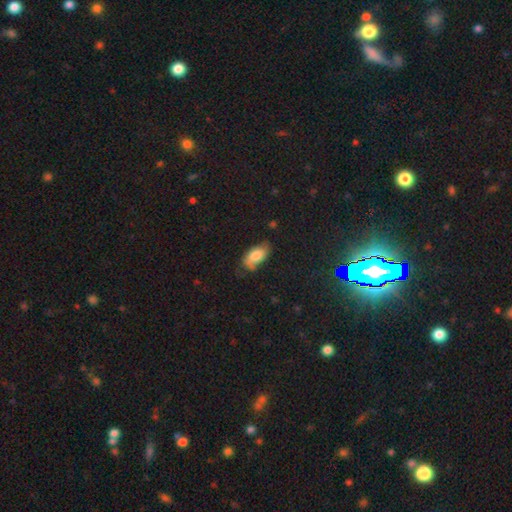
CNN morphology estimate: The model was most divided on "merging": none: 58%, minor disturbance: 30%, major disturbance: 10%, merger: 2%. More confident: how rounded — in between (91%); smooth or featured — smooth (69%).